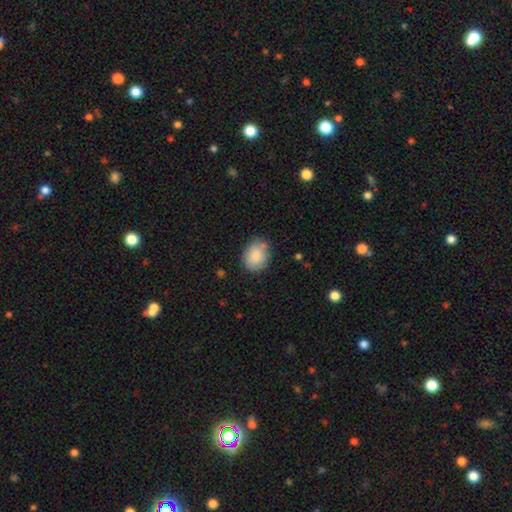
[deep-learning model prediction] Q: Smooth or featured?
A: smooth (85%); runner-up: featured or disk (8%)
Q: How rounded?
A: in between (57%); runner-up: round (42%)
Q: Merging?
A: none (70%); runner-up: minor disturbance (20%)